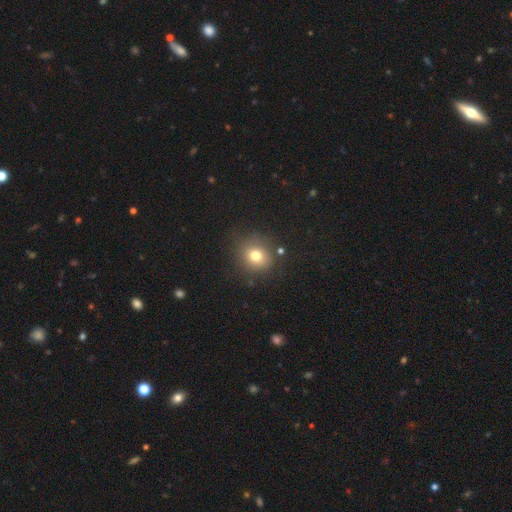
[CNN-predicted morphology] This is likely a smooth galaxy (75%). How rounded: clearly round (84%). Merging: clearly none (81%).